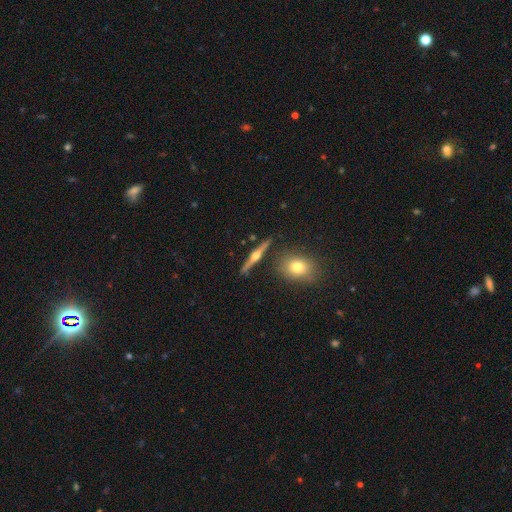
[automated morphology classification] The model was most divided on "smooth or featured": featured or disk: 77%, smooth: 17%, star or artifact: 6%. More confident: edge-on disk — yes (97%); edge-on bulge — rounded (94%); merging — none (86%).